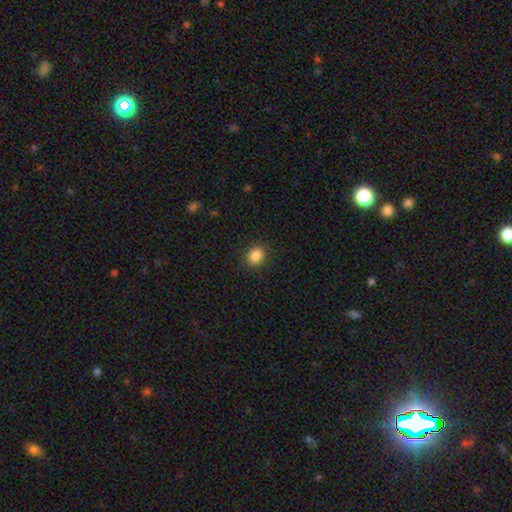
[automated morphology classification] This is clearly a smooth galaxy (86%). How rounded: possibly round (51%). Merging: clearly none (88%).